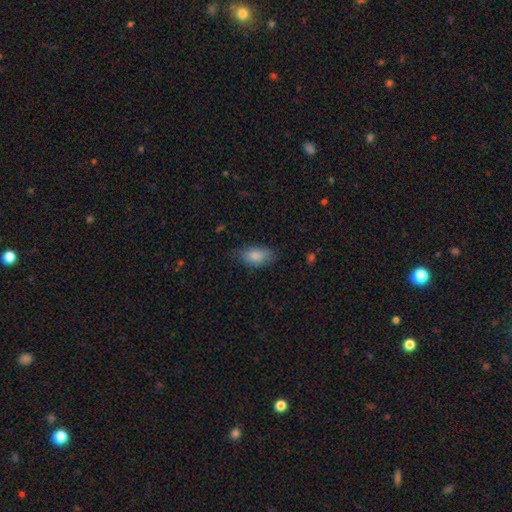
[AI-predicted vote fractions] Smooth or featured? smooth (86%)
How rounded? in between (91%)
Merging? none (76%)